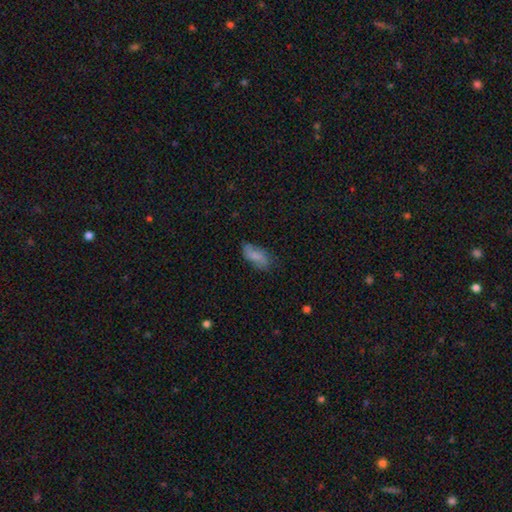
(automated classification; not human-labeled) This appears to be a smooth galaxy with no disk features (70%) that is in between round and cigar-shaped (88%). Merging: none (64%).